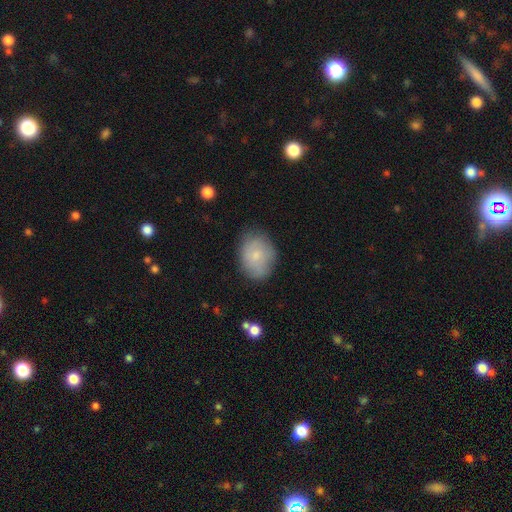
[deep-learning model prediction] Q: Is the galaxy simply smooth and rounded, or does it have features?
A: smooth — 68%.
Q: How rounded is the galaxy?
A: in between — 65%.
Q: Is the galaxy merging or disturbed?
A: none — 73%.